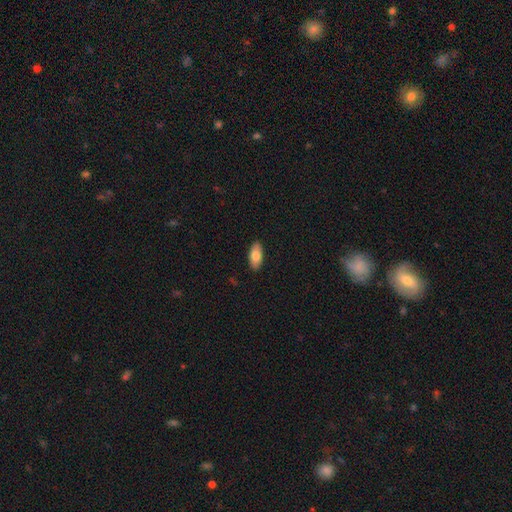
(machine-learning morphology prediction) This appears to be a smooth galaxy with no disk features (78%) that is in between round and cigar-shaped (89%). Merging: none (89%).